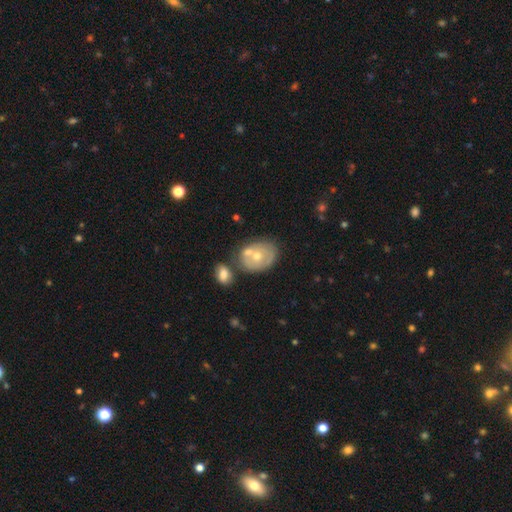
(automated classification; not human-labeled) smooth_or_featured: featured or disk (p=0.47) [alt: smooth p=0.46]
merging: none (p=0.41) [alt: merger p=0.35]